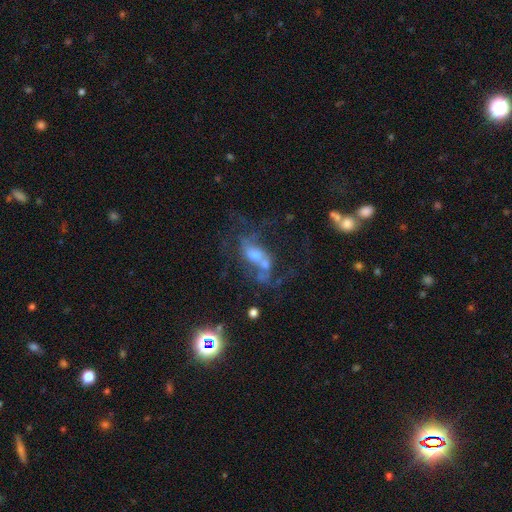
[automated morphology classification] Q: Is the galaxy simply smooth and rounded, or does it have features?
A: featured or disk — 52%.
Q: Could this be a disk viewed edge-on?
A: no — 91%.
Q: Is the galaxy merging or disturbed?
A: merger — 40%.